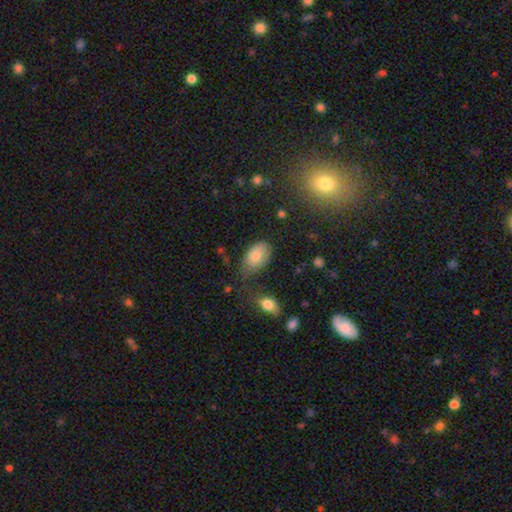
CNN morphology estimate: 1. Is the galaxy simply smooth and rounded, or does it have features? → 80% smooth, 12% featured or disk, 9% star or artifact.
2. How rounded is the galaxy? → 92% in between, 7% round, 1% cigar-shaped.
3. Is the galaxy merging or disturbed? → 54% none, 32% minor disturbance, 9% major disturbance, 4% merger.